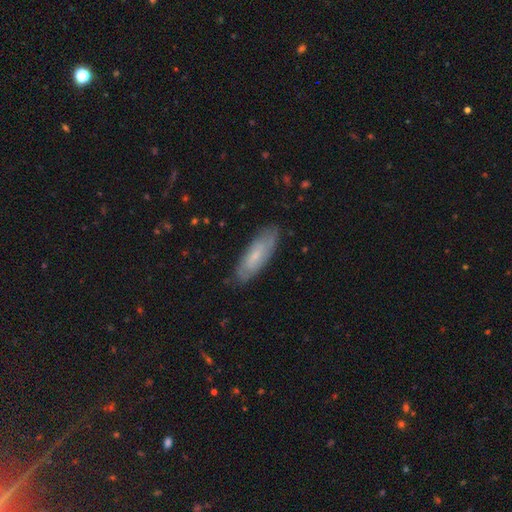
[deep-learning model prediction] Morphology: type=smooth (47%); merging=none (81%).